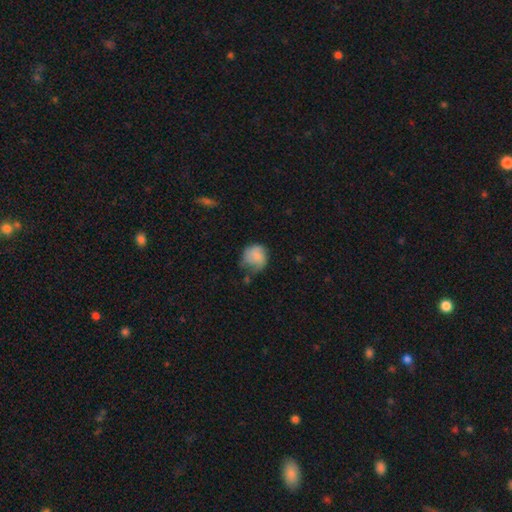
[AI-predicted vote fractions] This appears to be a smooth galaxy with no disk features (71%) that is round (74%). Merging: none (39%).